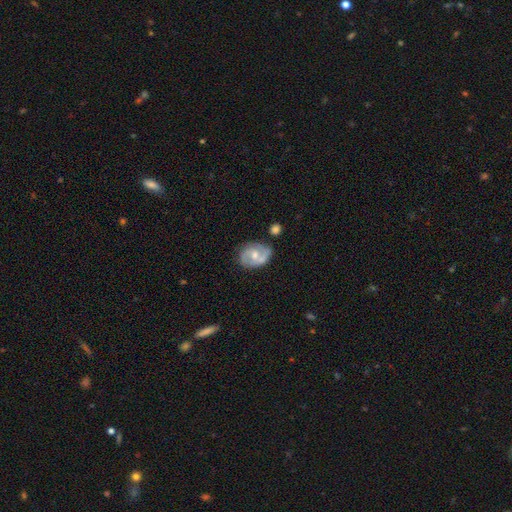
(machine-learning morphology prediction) A featured or disk galaxy (70%) with no bar (52%), 2 (77%) medium (48%) spiral arms (83%) and a moderate central bulge (62%). Merging: none (63%).